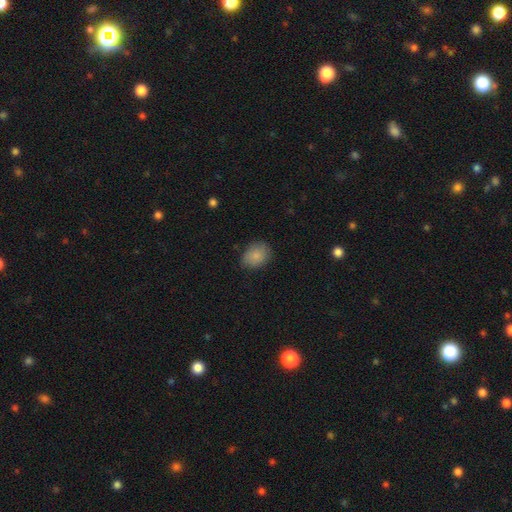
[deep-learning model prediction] A smooth galaxy with no disk features (84%) that is in between round and cigar-shaped (60%). Merging: none (77%).